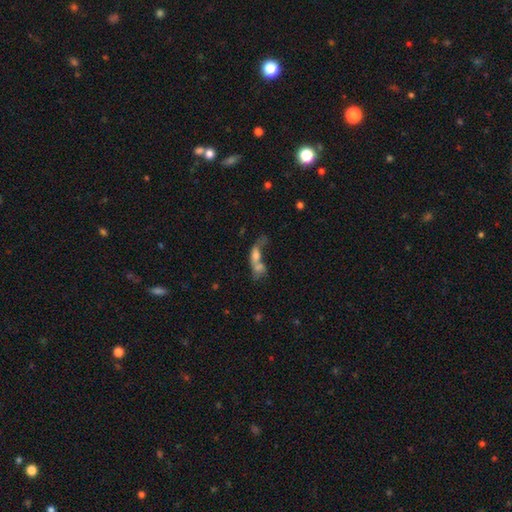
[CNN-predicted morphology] Smooth or featured?
  - smooth: 51% *
  - featured or disk: 35%
  - star or artifact: 14%
How rounded?
  - in between: 64% *
  - cigar-shaped: 24%
  - round: 13%
Merging?
  - merger: 66% *
  - major disturbance: 16%
  - none: 12%
  - minor disturbance: 6%